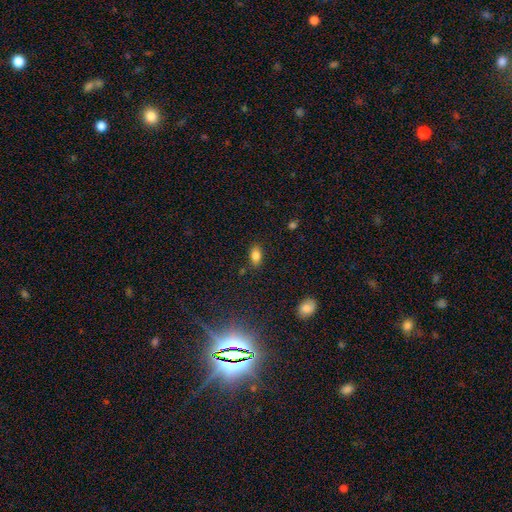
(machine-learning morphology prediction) smooth 83%, star or artifact 10%, featured or disk 7%. Down the decision tree: how rounded — in between (88%); merging — none (82%).